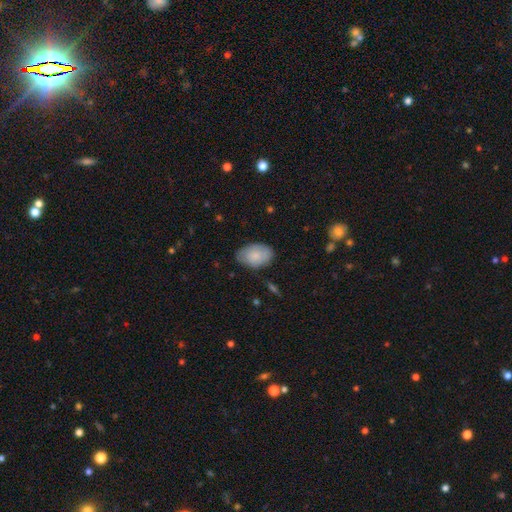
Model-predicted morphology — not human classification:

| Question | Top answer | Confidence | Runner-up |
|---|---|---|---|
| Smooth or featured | smooth | 78% | featured or disk (16%) |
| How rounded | in between | 88% | round (10%) |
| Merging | none | 70% | minor disturbance (24%) |